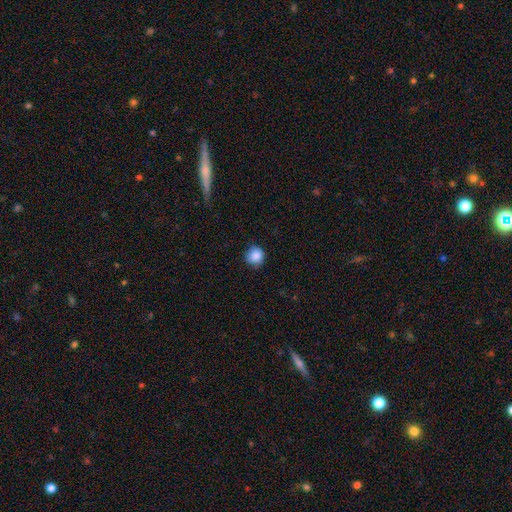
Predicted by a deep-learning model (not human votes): A smooth galaxy with no disk features (87%) that is round (90%). Merging: none (78%).